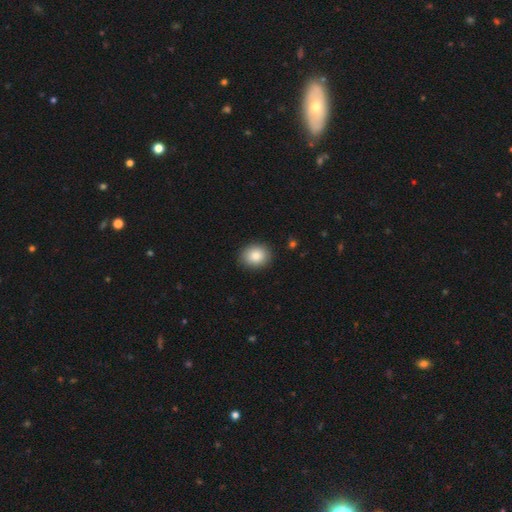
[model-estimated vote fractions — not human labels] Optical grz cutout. It shows a smooth galaxy with no disk features (83%) that is round (65%). Merging: none (90%).